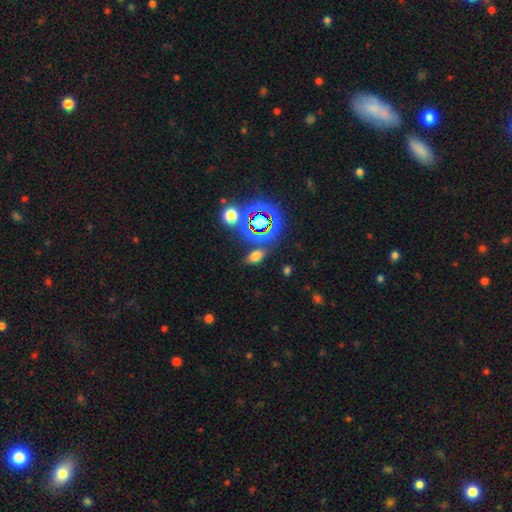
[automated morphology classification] This appears to be a smooth galaxy with no disk features (63%) that is in between round and cigar-shaped (79%). Merging: none (78%).